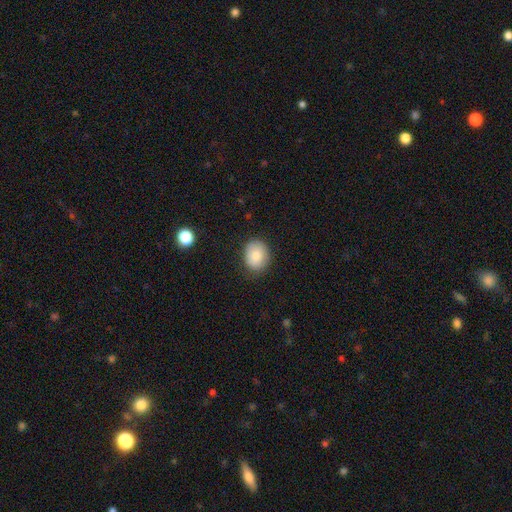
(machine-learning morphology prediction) Smooth or featured?
  - smooth: 84% *
  - featured or disk: 8%
  - star or artifact: 8%
How rounded?
  - round: 50% *
  - in between: 49%
  - cigar-shaped: 1%
Merging?
  - none: 81% *
  - minor disturbance: 14%
  - major disturbance: 3%
  - merger: 1%